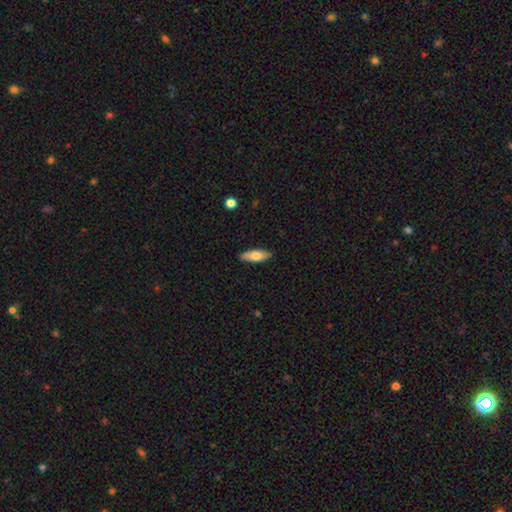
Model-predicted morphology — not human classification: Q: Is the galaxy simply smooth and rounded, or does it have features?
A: smooth — 71%.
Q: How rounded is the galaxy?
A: in between — 64%.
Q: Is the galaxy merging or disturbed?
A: none — 87%.